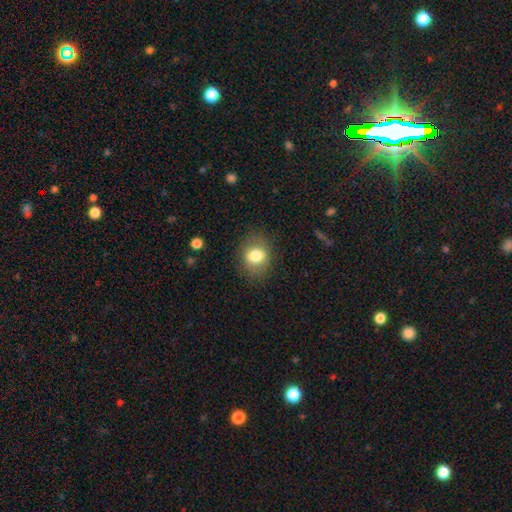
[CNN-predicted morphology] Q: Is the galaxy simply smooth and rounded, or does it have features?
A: smooth — 76%.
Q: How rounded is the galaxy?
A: in between — 52%.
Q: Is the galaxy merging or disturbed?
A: none — 80%.